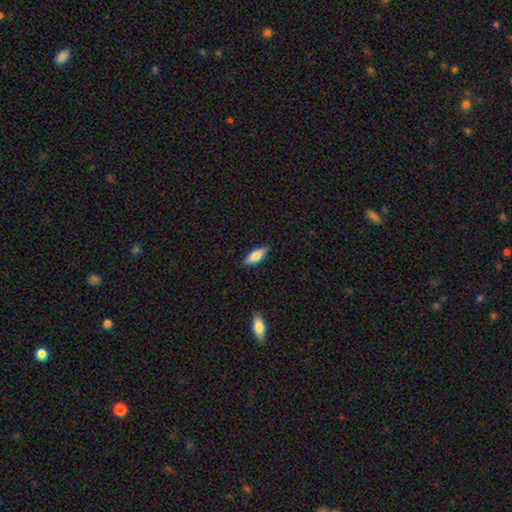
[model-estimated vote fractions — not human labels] smooth_or_featured: smooth (p=0.72) [alt: featured or disk p=0.22]
how_rounded: in between (p=0.57) [alt: cigar-shaped p=0.41]
merging: none (p=0.86) [alt: minor disturbance p=0.11]